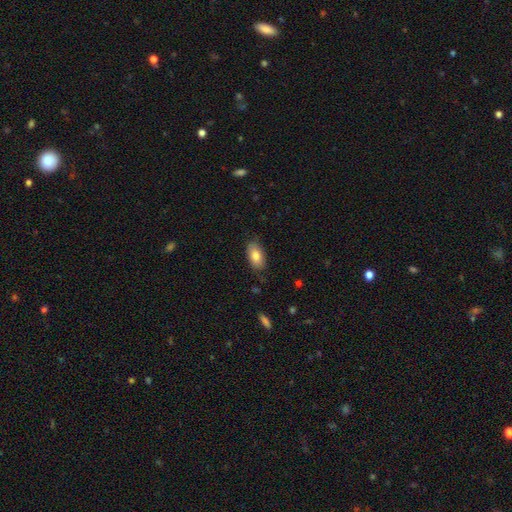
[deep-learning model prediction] Smooth or featured?
  - smooth: 81% *
  - featured or disk: 13%
  - star or artifact: 7%
How rounded?
  - in between: 93% *
  - round: 4%
  - cigar-shaped: 3%
Merging?
  - none: 81% *
  - minor disturbance: 15%
  - major disturbance: 3%
  - merger: 1%